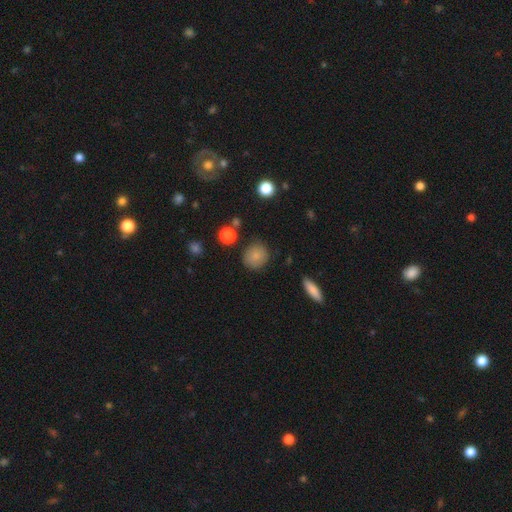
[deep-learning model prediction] A smooth galaxy with no disk features (82%) that is round (84%).

Vote fractions:
- Smooth or featured? smooth: 82% / star or artifact: 10% / featured or disk: 8%
- How rounded? round: 84% / in between: 14% / cigar-shaped: 1%
- Merging? none: 82% / minor disturbance: 13% / major disturbance: 4% / merger: 2%